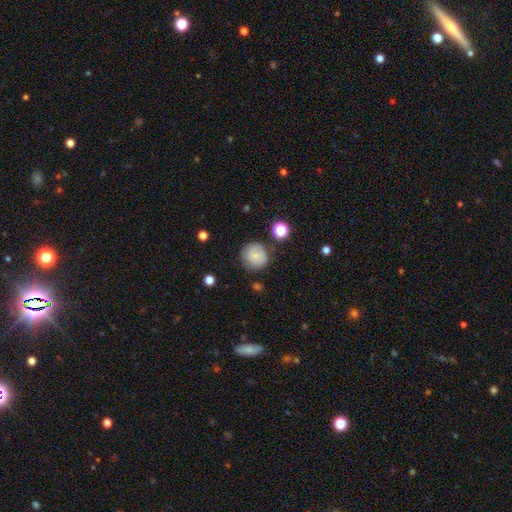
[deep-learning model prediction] A smooth galaxy with no disk features (78%) that is round (91%).

Vote fractions:
- Smooth or featured? smooth: 78% / featured or disk: 13% / star or artifact: 9%
- How rounded? round: 91% / in between: 8% / cigar-shaped: 1%
- Merging? none: 78% / minor disturbance: 15% / major disturbance: 5% / merger: 3%